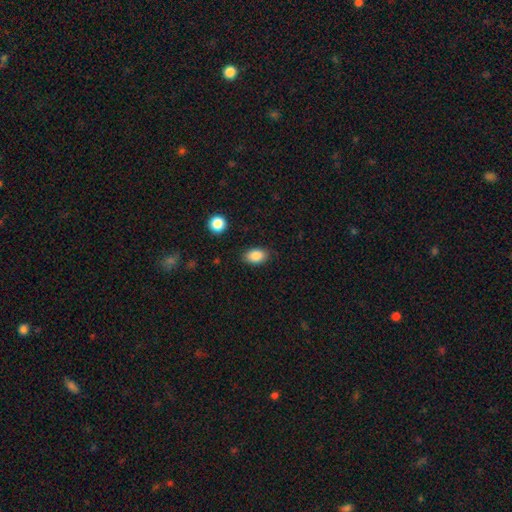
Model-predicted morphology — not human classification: This appears to be a smooth galaxy with no disk features (86%) that is in between round and cigar-shaped (86%). Merging: none (85%).